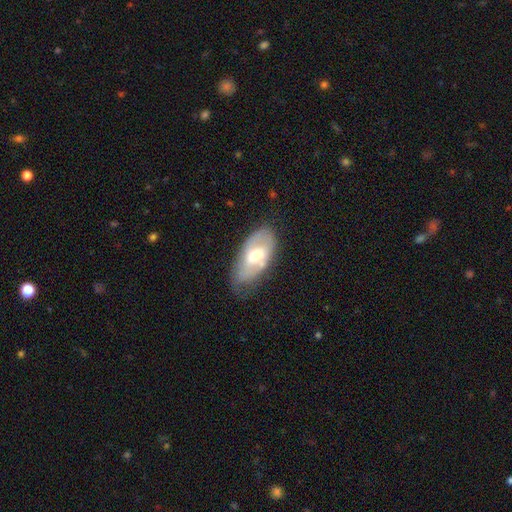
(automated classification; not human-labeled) smooth_or_featured: featured or disk (p=0.48) [alt: smooth p=0.45]
merging: none (p=0.55) [alt: minor disturbance p=0.32]